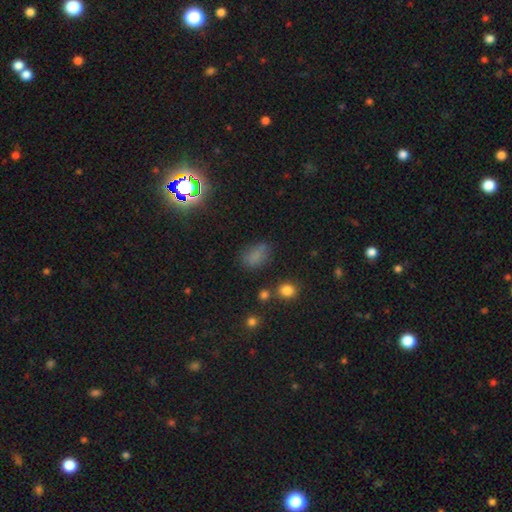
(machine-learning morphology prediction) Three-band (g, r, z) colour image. It shows a smooth galaxy with no disk features (69%) that is in between round and cigar-shaped (83%). Merging: none (63%).